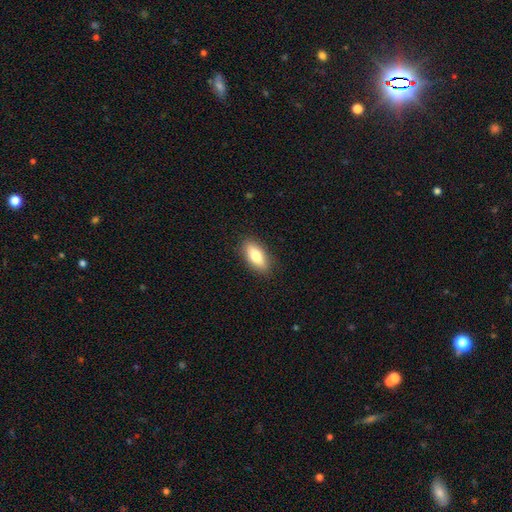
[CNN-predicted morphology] A smooth galaxy with no disk features (78%) that is in between round and cigar-shaped (83%). Merging: none (87%).